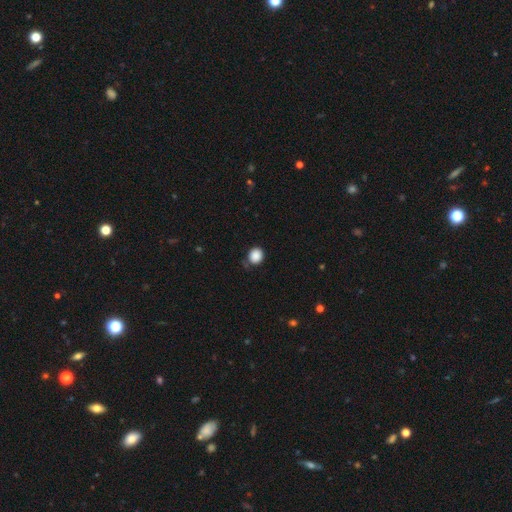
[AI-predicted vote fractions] smooth_or_featured: smooth (p=0.88) [alt: star or artifact p=0.09]
how_rounded: round (p=0.83) [alt: in between p=0.16]
merging: none (p=0.81) [alt: minor disturbance p=0.13]